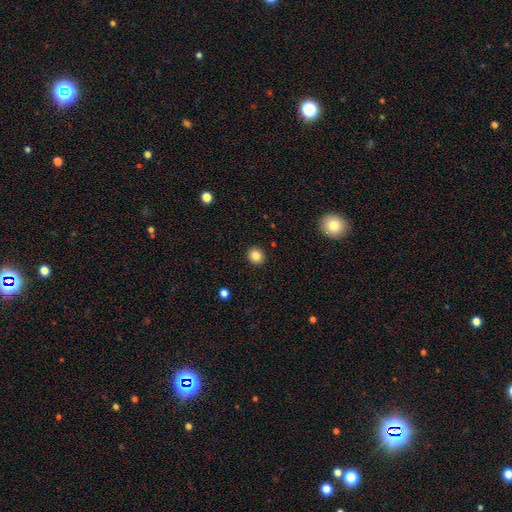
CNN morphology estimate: The model was most divided on "smooth or featured": smooth: 84%, star or artifact: 10%, featured or disk: 5%. More confident: merging — none (92%); how rounded — round (87%).